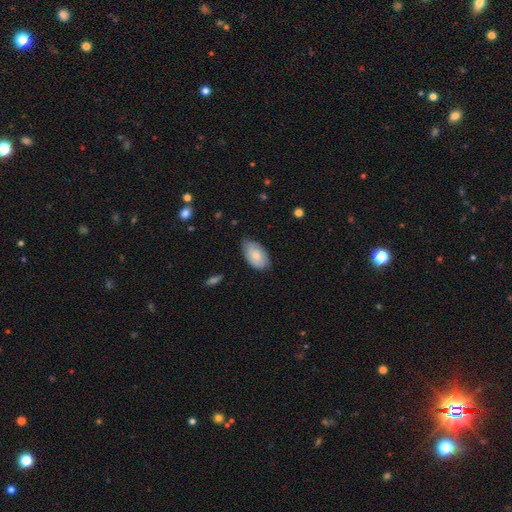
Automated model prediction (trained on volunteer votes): Overall: smooth (78%). How rounded: in between (94%). Merging: none (69%).